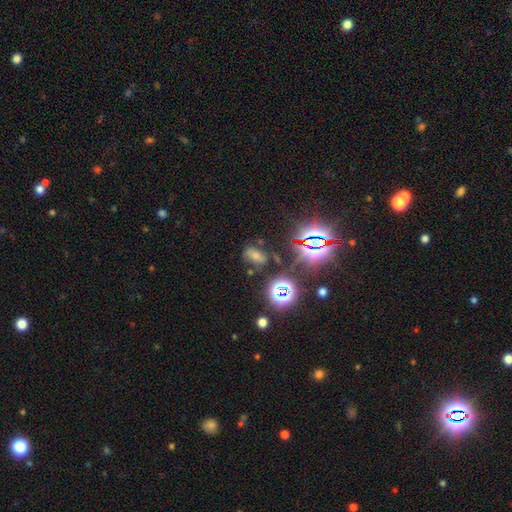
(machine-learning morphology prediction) Overall: smooth (42%; star or artifact 41%). Merging: none (69%).